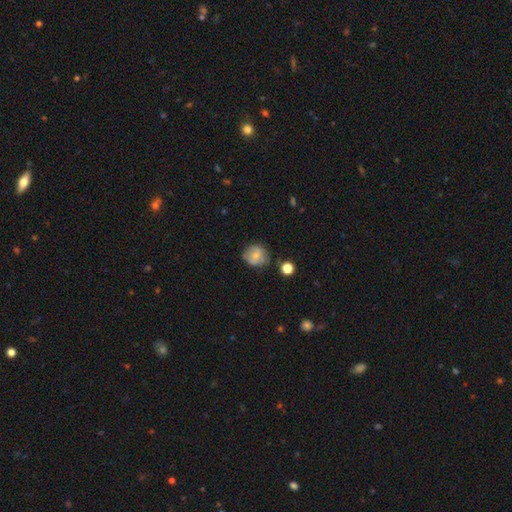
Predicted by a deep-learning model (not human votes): Smooth or featured? Predicted: smooth (p=0.67). How rounded? Predicted: round (p=0.80). Merging? Predicted: none (p=0.68).